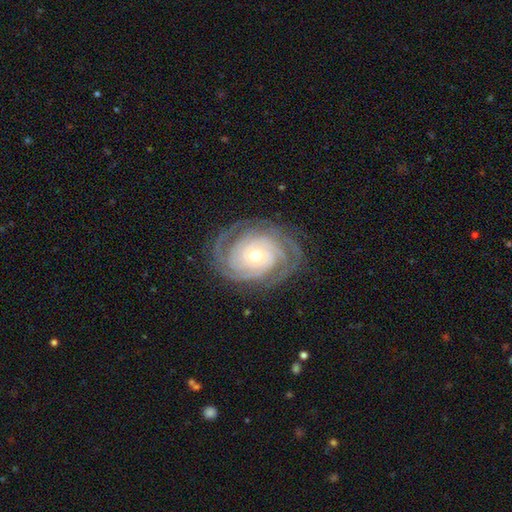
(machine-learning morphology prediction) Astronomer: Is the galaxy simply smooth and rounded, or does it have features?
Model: featured or disk — 90%.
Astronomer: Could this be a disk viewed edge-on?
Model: no — 97%.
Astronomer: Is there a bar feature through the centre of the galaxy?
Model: no — 75%.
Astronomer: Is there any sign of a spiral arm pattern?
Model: yes — 98%.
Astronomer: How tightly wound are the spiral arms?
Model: tight — 79%.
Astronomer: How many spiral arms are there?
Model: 3 — 28% (runner-up: 4, 20%).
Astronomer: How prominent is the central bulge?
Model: small — 50% (runner-up: moderate, 45%).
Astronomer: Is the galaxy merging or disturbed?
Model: none — 80%.